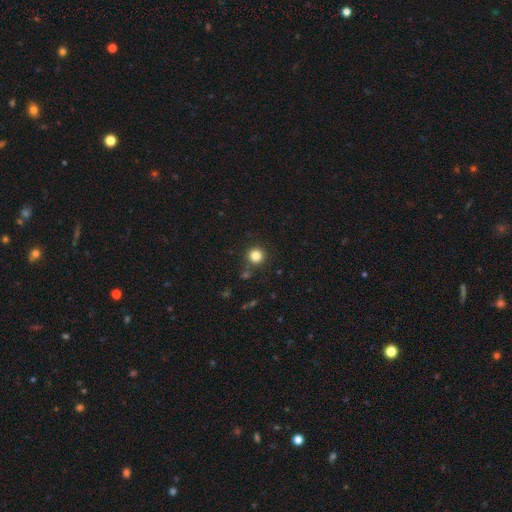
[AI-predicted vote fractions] smooth-or-featured: smooth: 83% | star or artifact: 12% | featured or disk: 5%
  how-rounded: round: 95% | in between: 4% | cigar-shaped: 1%
  merging: none: 88% | minor disturbance: 6% | merger: 4% | major disturbance: 2%